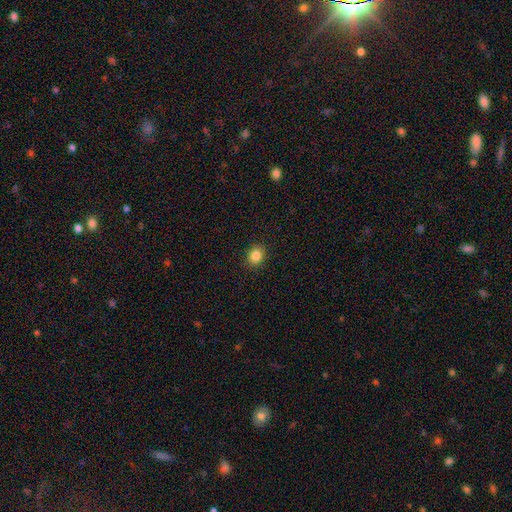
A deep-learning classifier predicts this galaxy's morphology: This appears to be a smooth galaxy with no disk features (85%) that is round (63%). Merging: none (91%).